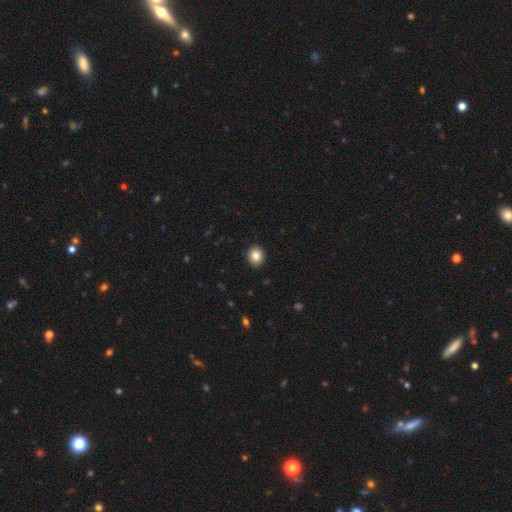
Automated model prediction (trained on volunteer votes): smooth 85%, star or artifact 9%, featured or disk 6%. Down the decision tree: how rounded — round (72%); merging — none (91%).